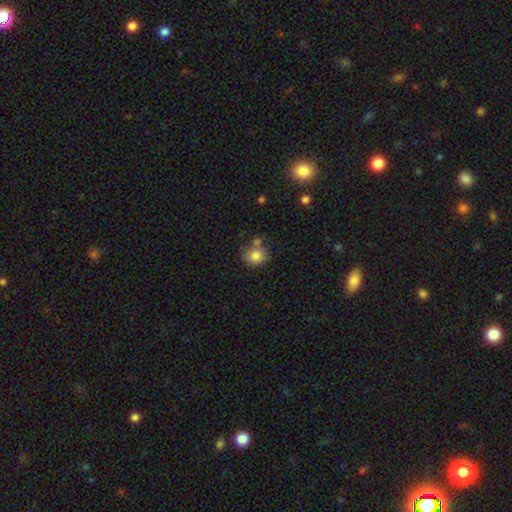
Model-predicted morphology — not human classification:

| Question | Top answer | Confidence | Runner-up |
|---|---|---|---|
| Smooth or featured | smooth | 83% | star or artifact (9%) |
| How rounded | round | 67% | in between (32%) |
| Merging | none | 59% | merger (20%) |